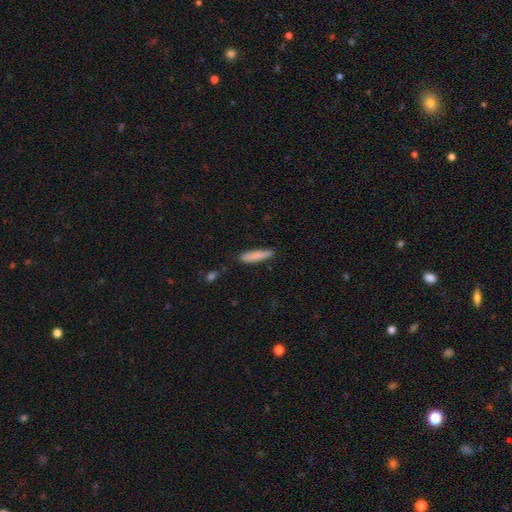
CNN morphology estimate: Smooth or featured? Predicted: smooth (p=0.82). How rounded? Predicted: cigar-shaped (p=0.86). Merging? Predicted: none (p=0.83).